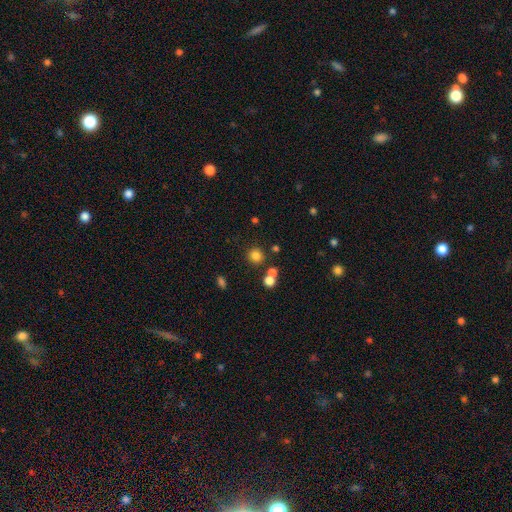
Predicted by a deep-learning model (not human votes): This appears to be a smooth galaxy with no disk features (78%) that is round (90%). Merging: none (79%).